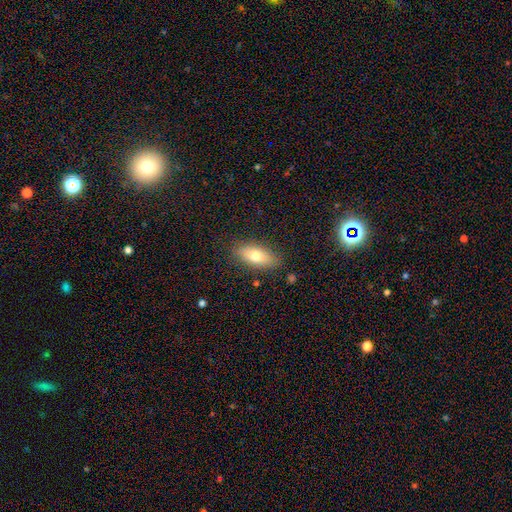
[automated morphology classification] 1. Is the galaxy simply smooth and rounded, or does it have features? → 72% smooth, 21% featured or disk, 7% star or artifact.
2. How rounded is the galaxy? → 81% in between, 16% cigar-shaped, 3% round.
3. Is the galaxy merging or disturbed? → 85% none, 11% minor disturbance, 3% major disturbance, 1% merger.